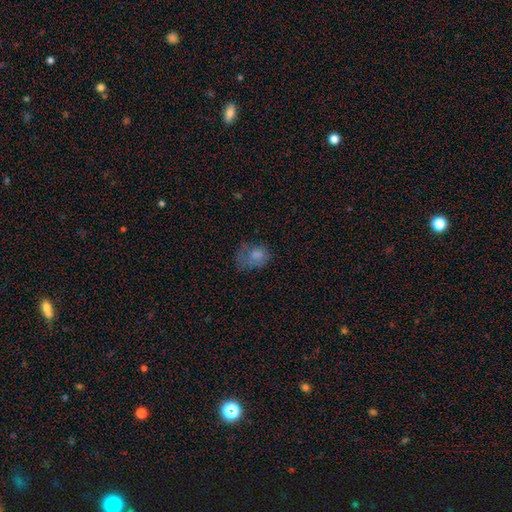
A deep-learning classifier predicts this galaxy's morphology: A smooth galaxy with no disk features (68%) that is in between round and cigar-shaped (59%).

Vote fractions:
- Smooth or featured? smooth: 68% / featured or disk: 19% / star or artifact: 13%
- How rounded? in between: 59% / round: 40% / cigar-shaped: 1%
- Merging? major disturbance: 36% / none: 33% / minor disturbance: 27% / merger: 4%